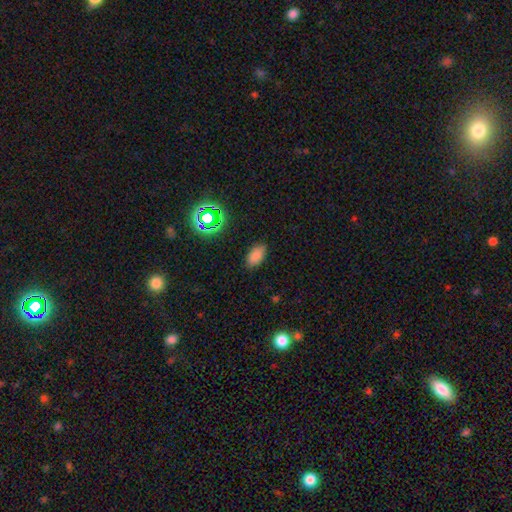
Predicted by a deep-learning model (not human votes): A smooth galaxy with no disk features (78%) that is in between round and cigar-shaped (92%). Merging: none (84%).